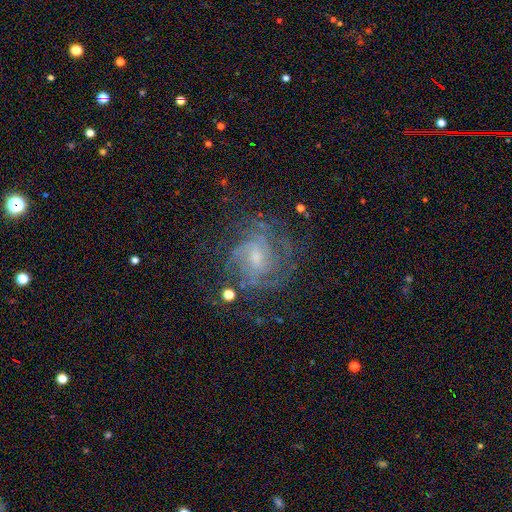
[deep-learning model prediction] featured or disk 73%, star or artifact 15%, smooth 12%. Down the decision tree: edge-on disk — no (97%); bar — no (45%, tied with weak); spiral arms — yes (90%); spiral arm count — can't tell (40%); spiral winding — tight (51%); bulge size — small (53%); merging — none (70%).